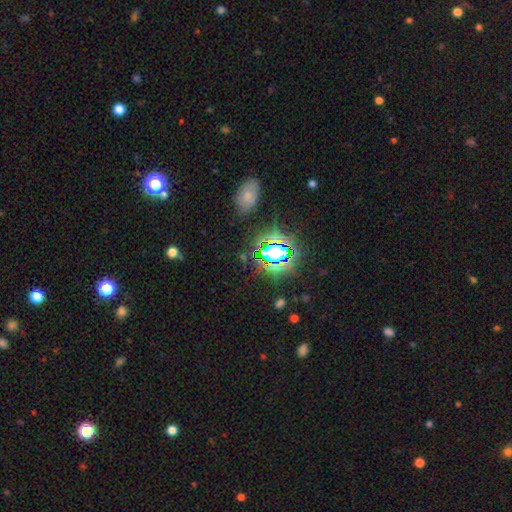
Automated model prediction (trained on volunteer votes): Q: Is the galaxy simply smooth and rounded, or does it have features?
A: star or artifact — 74%.